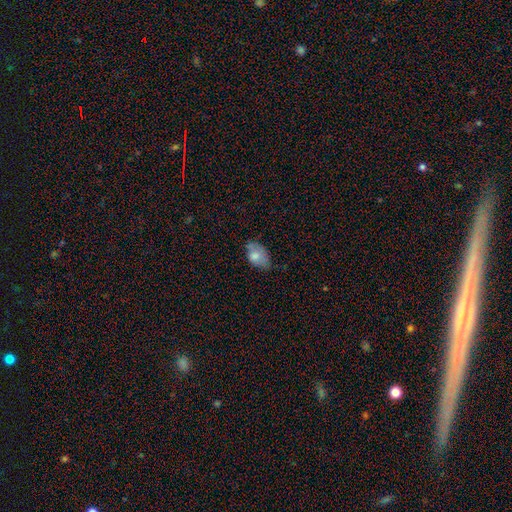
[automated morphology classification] type=smooth (76%); roundness=in between (87%); merging=none (45%).